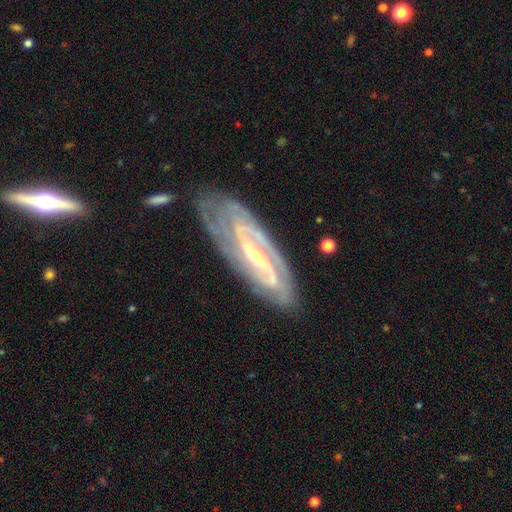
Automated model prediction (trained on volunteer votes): Morphology: type=featured or disk (87%); edge-on=no (88%); bar=strong (44%); spiral arms=yes (95%); winding=tight (52%); arm count=2 (60%); bulge=small (64%); merging=none (73%).